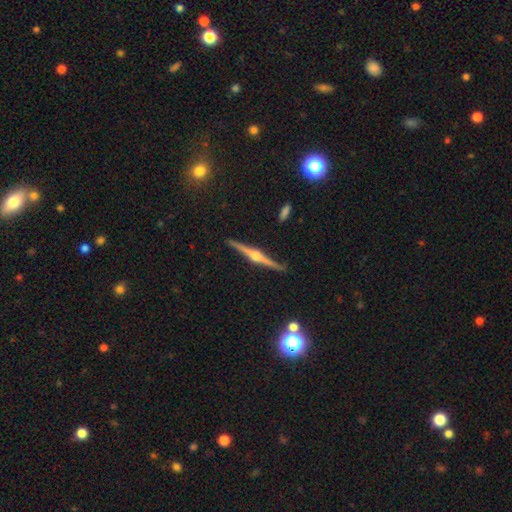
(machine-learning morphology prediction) Q: Smooth or featured?
A: featured or disk (87%); runner-up: smooth (7%)
Q: Edge-on disk?
A: yes (98%); runner-up: no (2%)
Q: Edge-on bulge?
A: rounded (94%); runner-up: boxy (3%)
Q: Merging?
A: none (91%); runner-up: minor disturbance (7%)